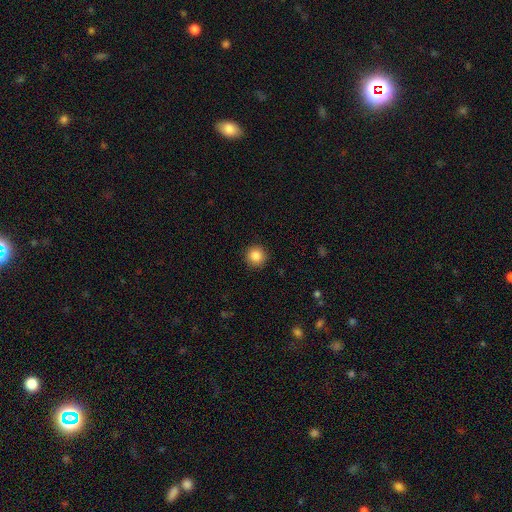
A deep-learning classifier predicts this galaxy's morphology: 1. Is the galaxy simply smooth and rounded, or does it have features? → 85% smooth, 10% star or artifact, 5% featured or disk.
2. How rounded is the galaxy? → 95% round, 4% in between, 1% cigar-shaped.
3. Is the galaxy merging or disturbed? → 92% none, 5% minor disturbance, 2% major disturbance, 1% merger.